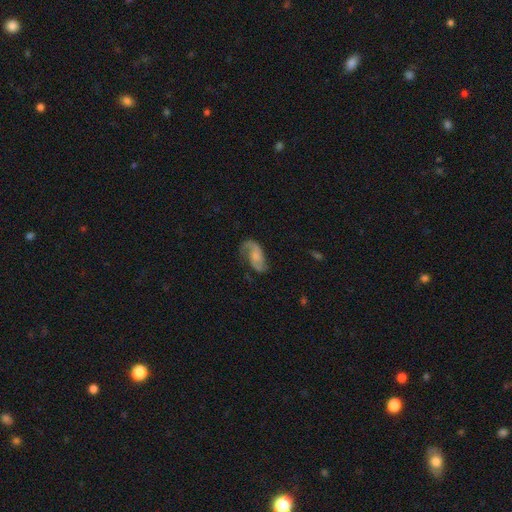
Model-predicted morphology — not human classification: featured or disk 70%, smooth 23%, star or artifact 7%. Down the decision tree: edge-on disk — no (96%); bar — no (61%); spiral arms — yes (92%); spiral arm count — 2 (77%); spiral winding — loose (51%); bulge size — small (37%); merging — none (56%).